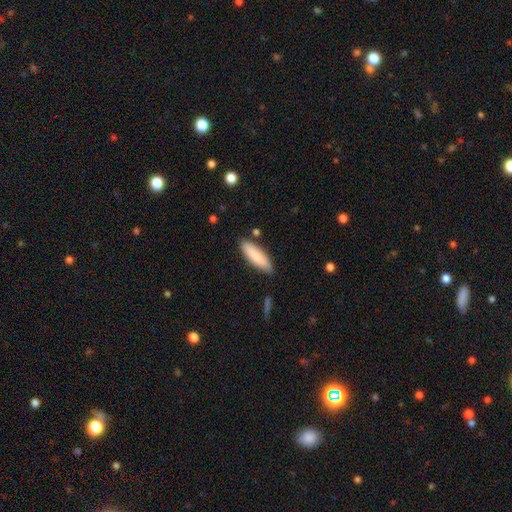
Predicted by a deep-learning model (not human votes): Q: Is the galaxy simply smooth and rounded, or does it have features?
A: smooth — 83%.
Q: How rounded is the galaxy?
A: cigar-shaped — 51%.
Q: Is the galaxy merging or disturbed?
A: none — 81%.